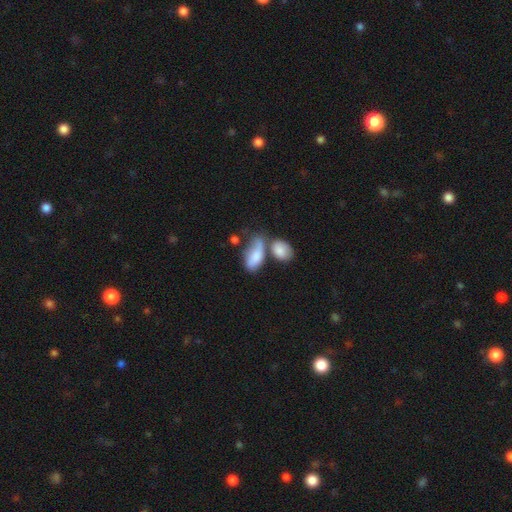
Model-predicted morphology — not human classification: A smooth galaxy with no disk features (76%) that is in between round and cigar-shaped (89%).

Vote fractions:
- Smooth or featured? smooth: 76% / featured or disk: 17% / star or artifact: 7%
- How rounded? in between: 89% / cigar-shaped: 7% / round: 4%
- Merging? merger: 38% / none: 30% / minor disturbance: 20% / major disturbance: 13%